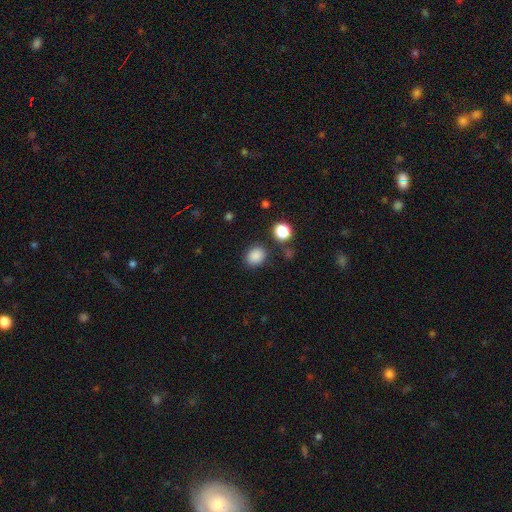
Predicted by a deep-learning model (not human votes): The model was most divided on "how rounded": round: 60%, in between: 39%, cigar-shaped: 1%. More confident: smooth or featured — smooth (85%); merging — none (83%).